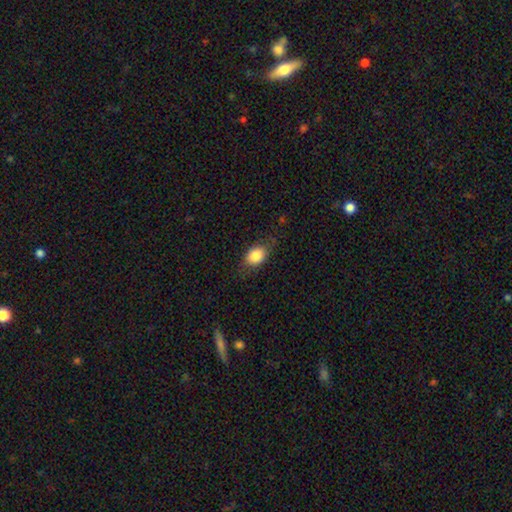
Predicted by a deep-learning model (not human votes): A smooth galaxy with no disk features (82%) that is in between round and cigar-shaped (72%). Merging: none (73%).